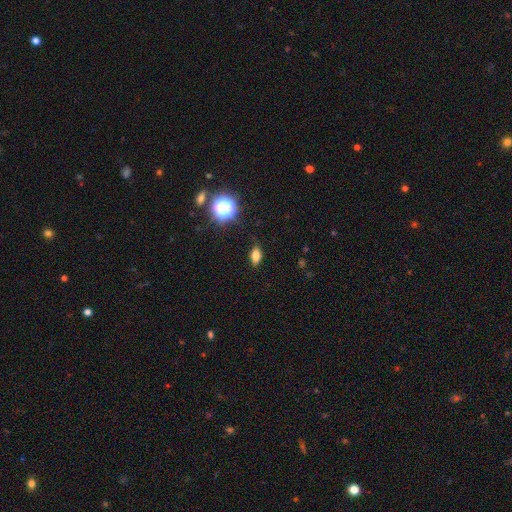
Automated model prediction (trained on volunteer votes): A smooth galaxy with no disk features (73%) that is in between round and cigar-shaped (79%).

Vote fractions:
- Smooth or featured? smooth: 73% / star or artifact: 15% / featured or disk: 12%
- How rounded? in between: 79% / round: 12% / cigar-shaped: 8%
- Merging? none: 85% / minor disturbance: 11% / major disturbance: 3% / merger: 1%